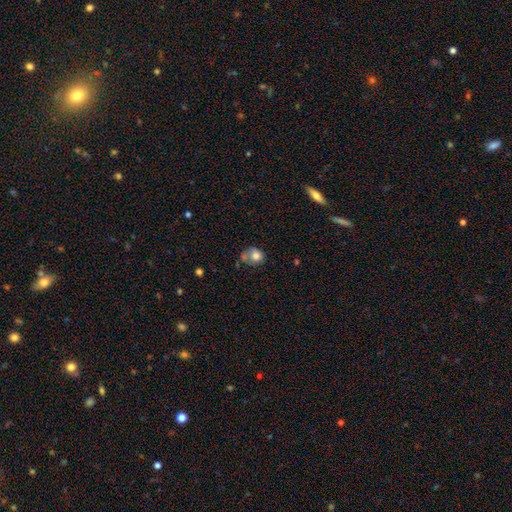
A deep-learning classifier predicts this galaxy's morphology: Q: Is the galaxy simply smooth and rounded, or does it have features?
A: smooth — 75%.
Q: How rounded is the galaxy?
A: round — 63%.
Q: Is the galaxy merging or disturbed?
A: none — 38%.